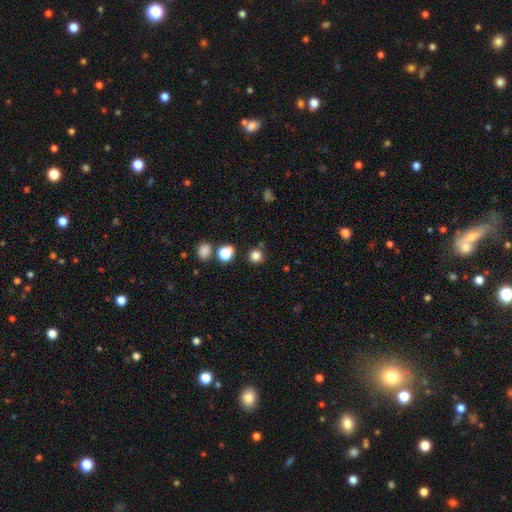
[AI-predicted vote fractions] A smooth galaxy with no disk features (80%) that is round (93%).

Vote fractions:
- Smooth or featured? smooth: 80% / star or artifact: 15% / featured or disk: 5%
- How rounded? round: 93% / in between: 6% / cigar-shaped: 1%
- Merging? none: 85% / minor disturbance: 7% / merger: 6% / major disturbance: 3%